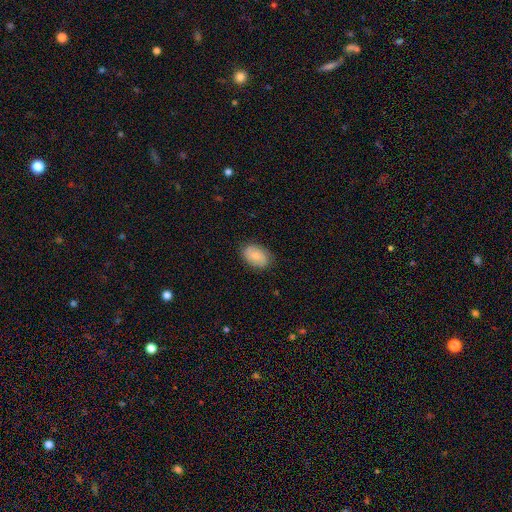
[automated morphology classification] This is likely a smooth galaxy (65%). How rounded: clearly in between (83%). Merging: likely none (79%).